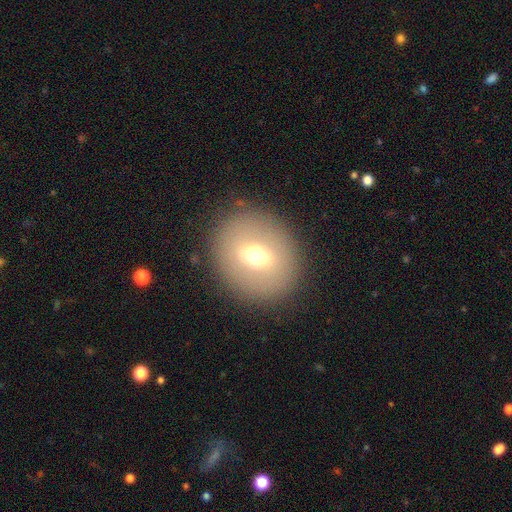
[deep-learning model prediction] A smooth galaxy with no disk features (57%) that is round (71%). Merging: none (86%).